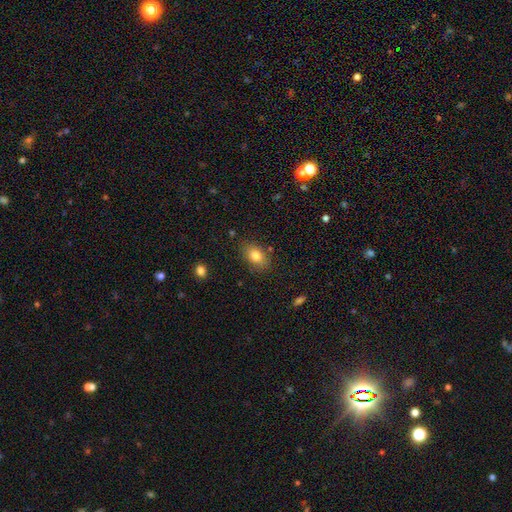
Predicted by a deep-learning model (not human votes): smooth_or_featured: smooth (p=0.81) [alt: featured or disk p=0.10]
how_rounded: in between (p=0.86) [alt: round p=0.13]
merging: none (p=0.81) [alt: minor disturbance p=0.13]